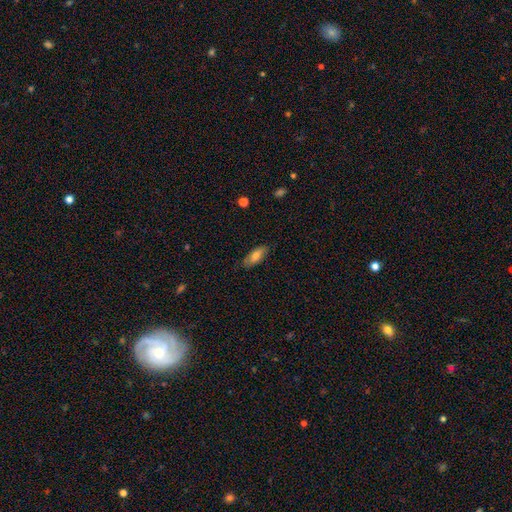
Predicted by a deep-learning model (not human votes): Smooth or featured: smooth — 72% (featured or disk — 21%)
How rounded: in between — 77% (cigar-shaped — 20%)
Merging: none — 81% (minor disturbance — 15%)